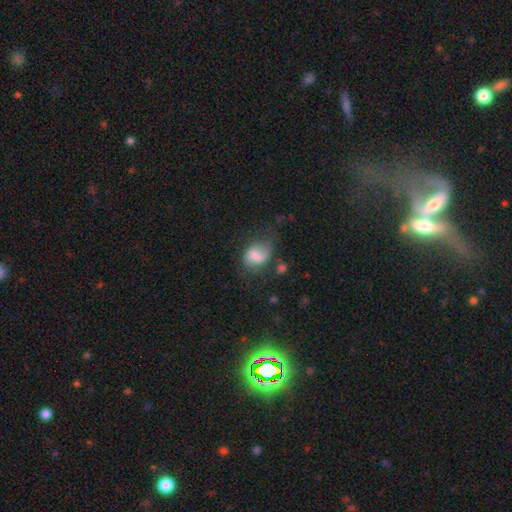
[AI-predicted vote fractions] Morphology: type=smooth (51%); roundness=in between (59%); merging=none (43%).